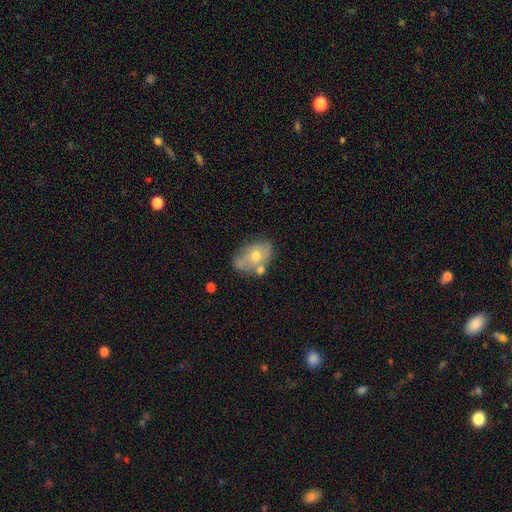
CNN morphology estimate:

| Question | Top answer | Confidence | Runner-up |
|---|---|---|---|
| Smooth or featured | smooth | 50% | featured or disk (42%) |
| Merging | none | 49% | minor disturbance (23%) |